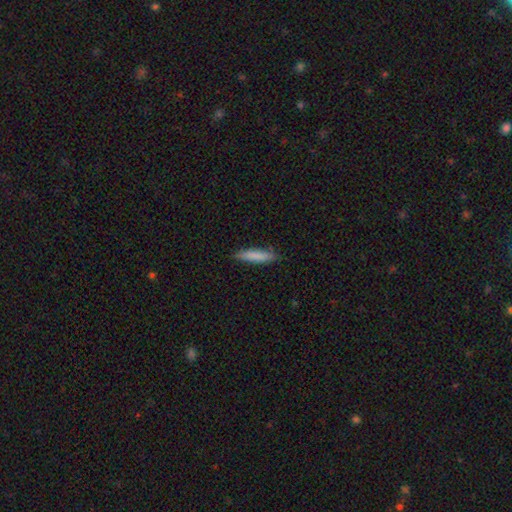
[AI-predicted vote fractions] smooth-or-featured: smooth: 82% | featured or disk: 12% | star or artifact: 6%
  how-rounded: cigar-shaped: 85% | in between: 14% | round: 1%
  merging: none: 83% | minor disturbance: 13% | major disturbance: 2% | merger: 1%